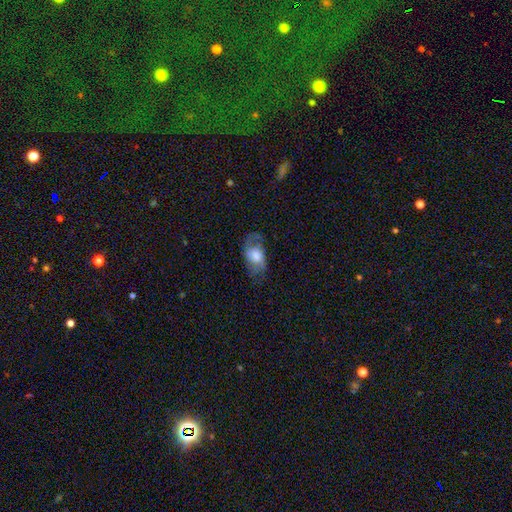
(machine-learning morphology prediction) smooth_or_featured: smooth (p=0.50) [alt: featured or disk p=0.42]
how_rounded: in between (p=0.84) [alt: round p=0.13]
merging: none (p=0.57) [alt: minor disturbance p=0.23]